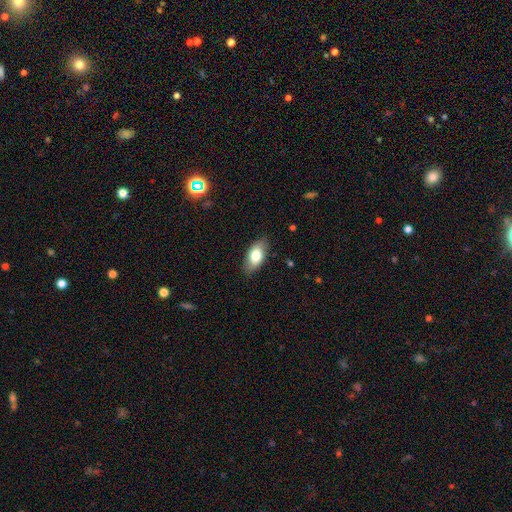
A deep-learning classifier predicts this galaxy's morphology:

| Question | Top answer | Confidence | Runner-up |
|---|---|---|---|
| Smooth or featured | smooth | 77% | featured or disk (17%) |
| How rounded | in between | 91% | cigar-shaped (5%) |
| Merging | none | 85% | minor disturbance (12%) |